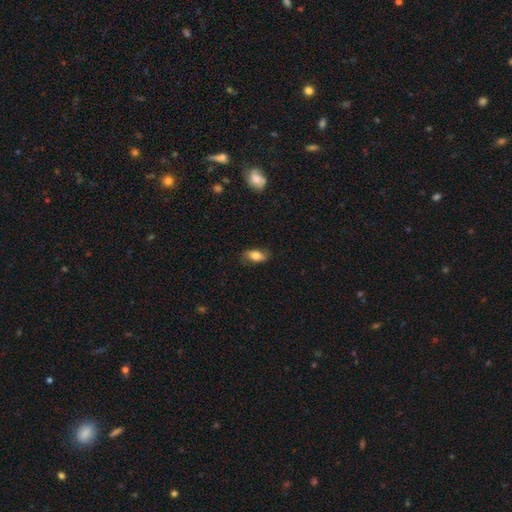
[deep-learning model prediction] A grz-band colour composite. It shows a smooth galaxy with no disk features (76%) that is in between round and cigar-shaped (86%). Merging: none (80%).